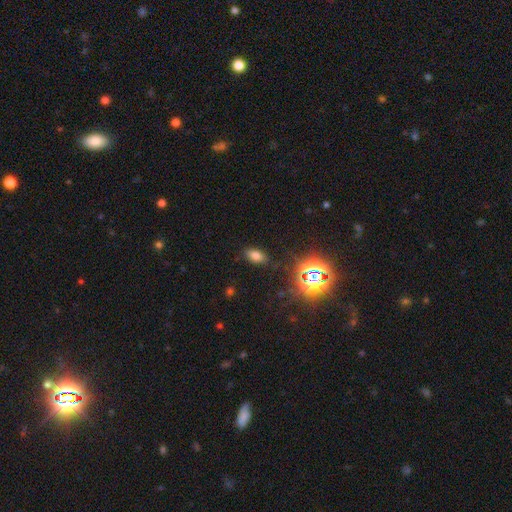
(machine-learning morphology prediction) type=smooth (66%); roundness=in between (88%); merging=none (85%).